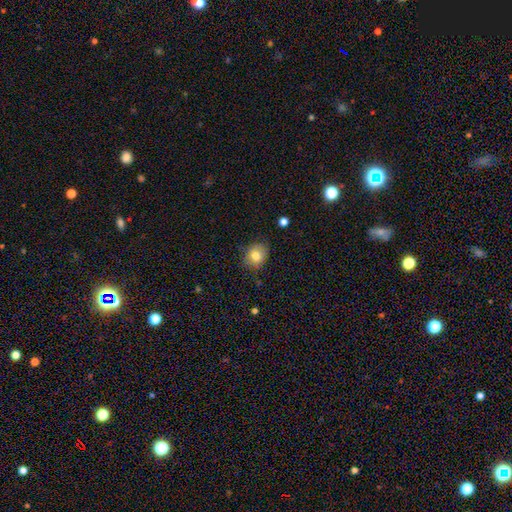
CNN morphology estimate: Overall: smooth (78%). How rounded: round (60%; in between 39%). Merging: none (79%).